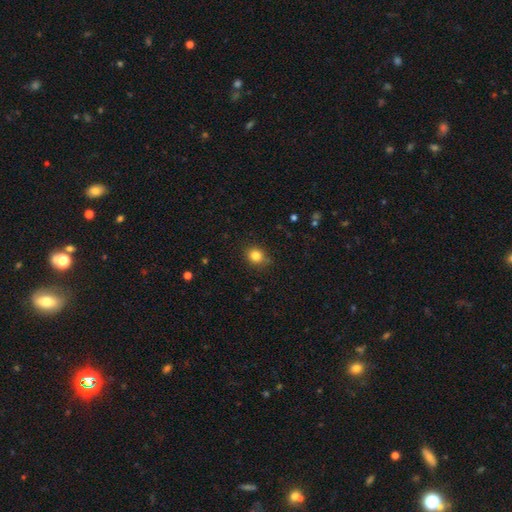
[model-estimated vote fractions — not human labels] Smooth or featured: smooth — 82% (star or artifact — 12%)
How rounded: round — 76% (in between — 23%)
Merging: none — 83% (minor disturbance — 13%)